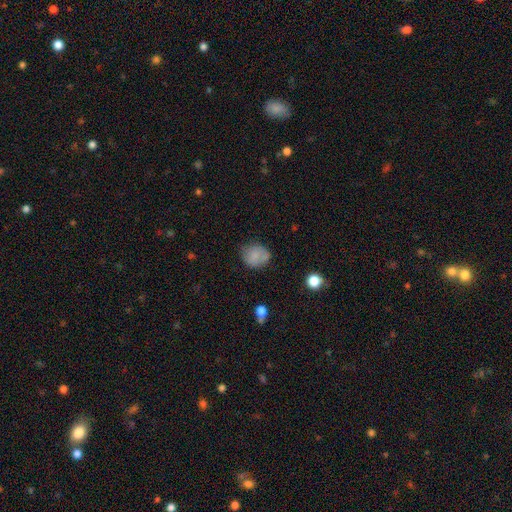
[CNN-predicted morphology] Smooth or featured?
  - smooth: 77% *
  - featured or disk: 14%
  - star or artifact: 9%
How rounded?
  - round: 63% *
  - in between: 36%
  - cigar-shaped: 1%
Merging?
  - none: 66% *
  - minor disturbance: 25%
  - major disturbance: 7%
  - merger: 3%